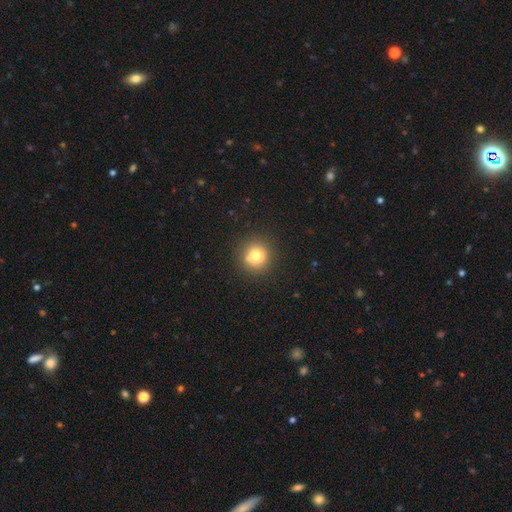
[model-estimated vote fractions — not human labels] Smooth or featured?
  - smooth: 74% *
  - featured or disk: 13%
  - star or artifact: 13%
How rounded?
  - round: 93% *
  - in between: 6%
  - cigar-shaped: 1%
Merging?
  - none: 79% *
  - minor disturbance: 10%
  - merger: 8%
  - major disturbance: 3%